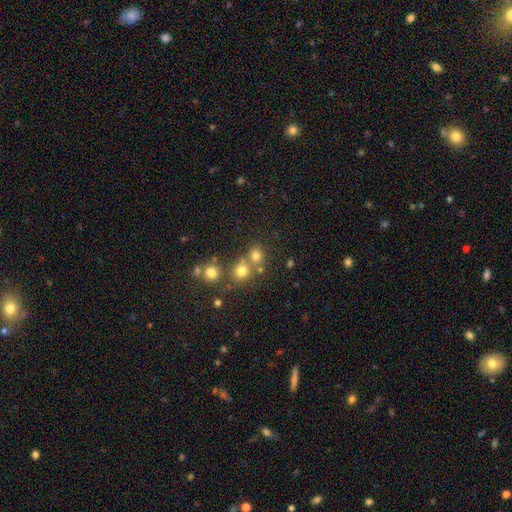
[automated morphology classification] Smooth or featured?
  - smooth: 73% *
  - star or artifact: 18%
  - featured or disk: 9%
How rounded?
  - round: 84% *
  - in between: 15%
  - cigar-shaped: 1%
Merging?
  - none: 57% *
  - merger: 32%
  - minor disturbance: 7%
  - major disturbance: 3%